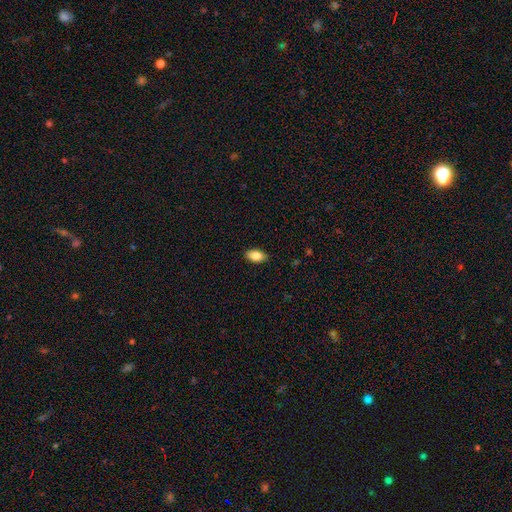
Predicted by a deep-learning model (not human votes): Morphology: type=smooth (86%); roundness=in between (92%); merging=none (88%).